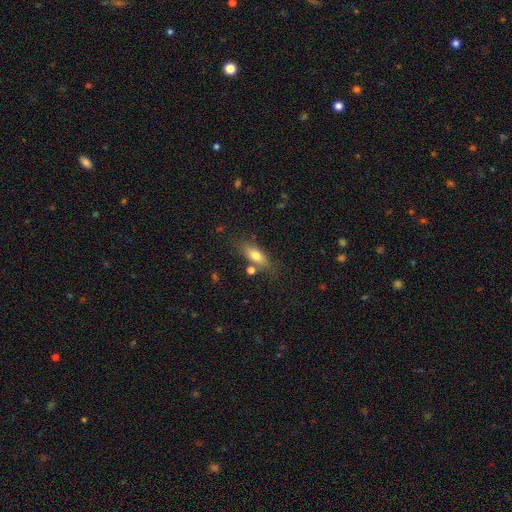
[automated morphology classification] smooth 73%, featured or disk 19%, star or artifact 8%. Down the decision tree: how rounded — in between (69%); merging — none (72%).